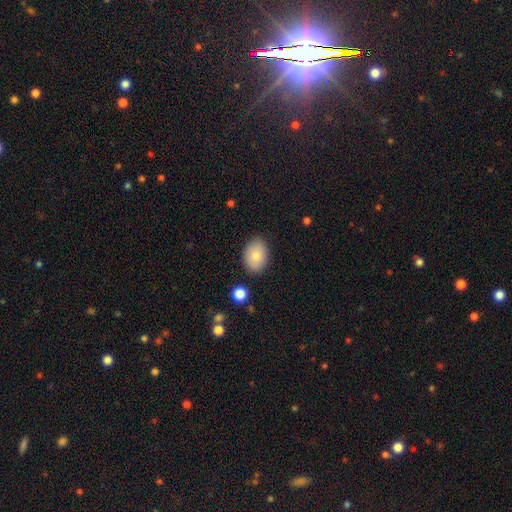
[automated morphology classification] A smooth galaxy with no disk features (81%) that is in between round and cigar-shaped (76%).

Vote fractions:
- Smooth or featured? smooth: 81% / featured or disk: 11% / star or artifact: 7%
- How rounded? in between: 76% / round: 22% / cigar-shaped: 1%
- Merging? none: 83% / minor disturbance: 12% / major disturbance: 3% / merger: 2%